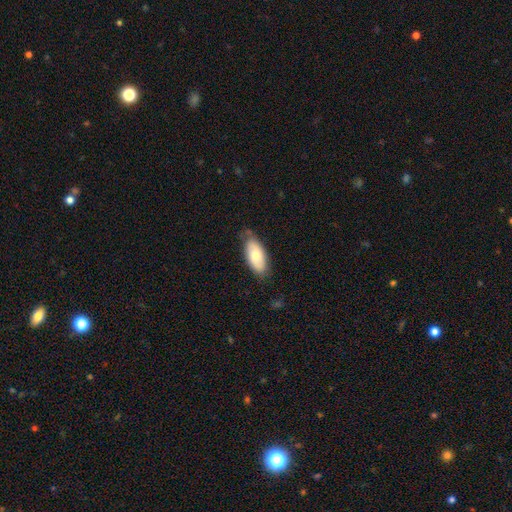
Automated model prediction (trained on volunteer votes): smooth-or-featured: smooth: 67% | featured or disk: 27% | star or artifact: 6%
  how-rounded: in between: 89% | cigar-shaped: 8% | round: 2%
  merging: none: 69% | minor disturbance: 25% | major disturbance: 5% | merger: 2%